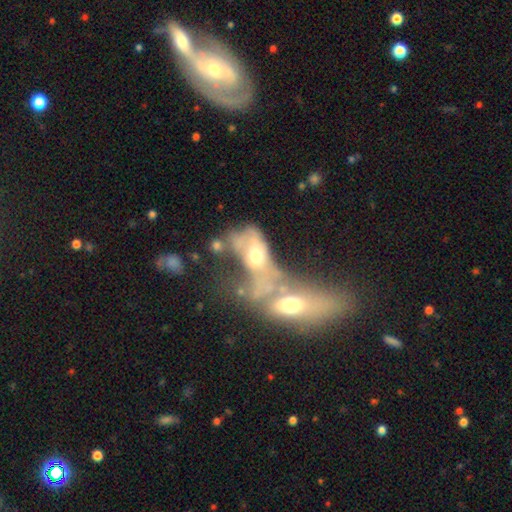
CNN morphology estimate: Overall: featured or disk (57%; smooth 32%). Edge-on disk: no (82%). Merging: merger (71%).